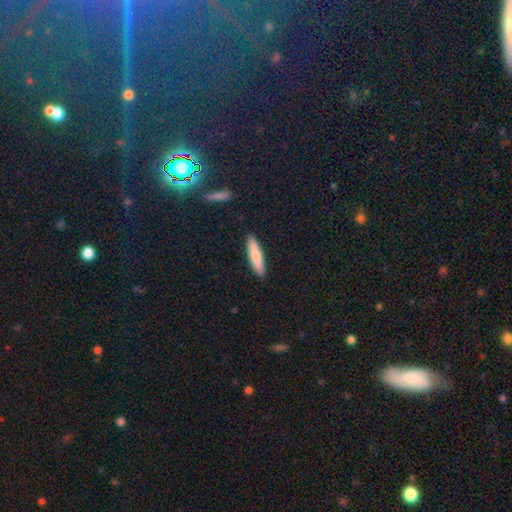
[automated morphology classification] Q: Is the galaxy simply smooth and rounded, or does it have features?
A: smooth — 72%.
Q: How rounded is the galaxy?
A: cigar-shaped — 82%.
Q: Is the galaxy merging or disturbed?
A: none — 91%.